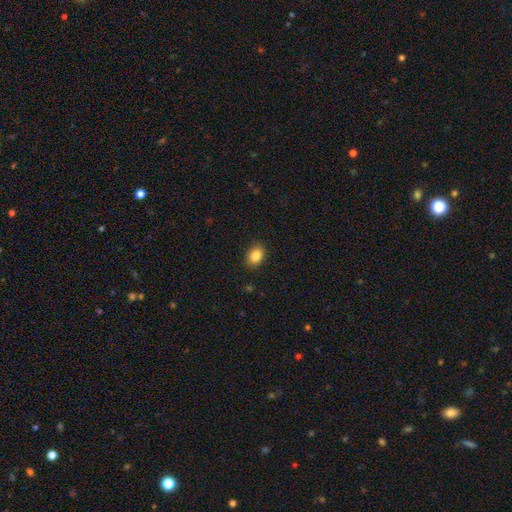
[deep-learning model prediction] smooth 86%, star or artifact 9%, featured or disk 5%. Down the decision tree: how rounded — in between (65%); merging — none (88%).